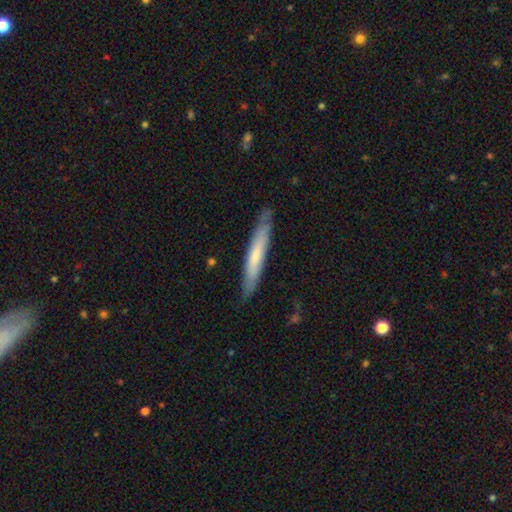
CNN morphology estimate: A smooth galaxy with no disk features (58%) that is cigar-shaped (93%).

Vote fractions:
- Smooth or featured? smooth: 58% / featured or disk: 37% / star or artifact: 5%
- How rounded? cigar-shaped: 93% / in between: 5% / round: 1%
- Merging? none: 82% / minor disturbance: 15% / major disturbance: 2% / merger: 1%